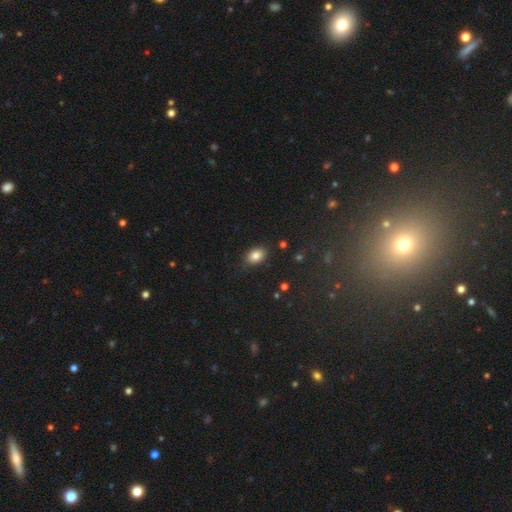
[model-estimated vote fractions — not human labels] smooth 84%, star or artifact 9%, featured or disk 7%. Down the decision tree: how rounded — in between (80%); merging — none (85%).